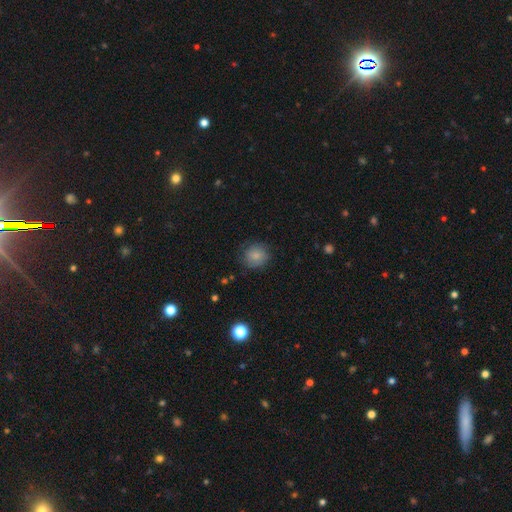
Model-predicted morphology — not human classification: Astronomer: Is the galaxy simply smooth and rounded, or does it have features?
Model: smooth — 81%.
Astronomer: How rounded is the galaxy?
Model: round — 84%.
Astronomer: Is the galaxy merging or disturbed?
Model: none — 77%.